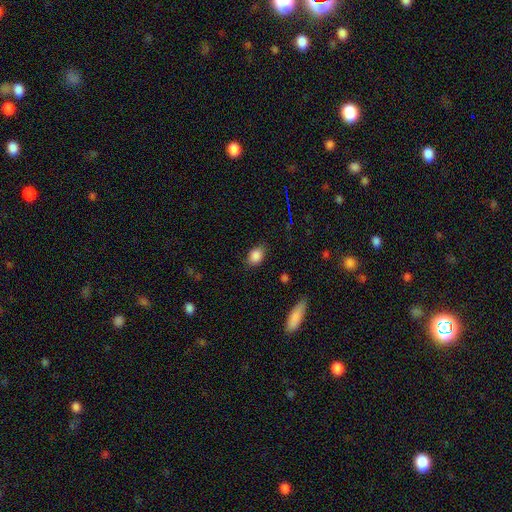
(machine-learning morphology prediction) The model was most divided on "how rounded": in between: 73%, round: 25%, cigar-shaped: 2%. More confident: smooth or featured — smooth (87%); merging — none (80%).